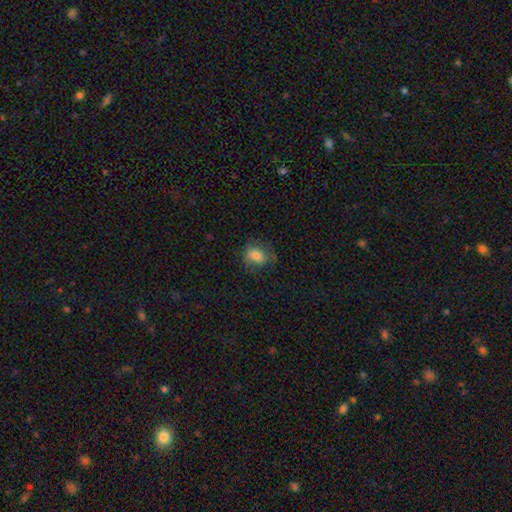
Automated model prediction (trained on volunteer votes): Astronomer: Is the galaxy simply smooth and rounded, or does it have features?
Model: smooth — 77%.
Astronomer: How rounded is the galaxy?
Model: in between — 53% (runner-up: round, 45%).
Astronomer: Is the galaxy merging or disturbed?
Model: none — 65%.